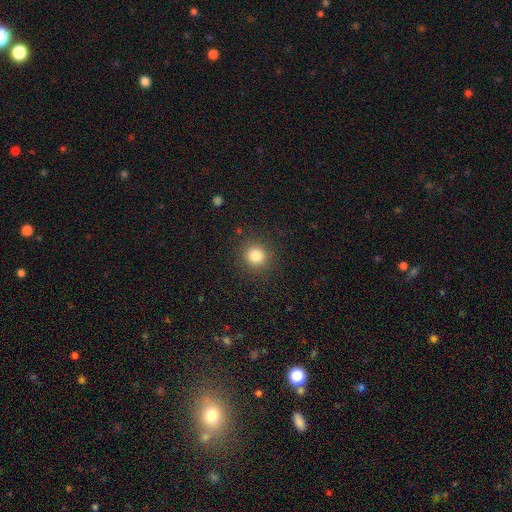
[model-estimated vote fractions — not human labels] The model was most divided on "smooth or featured": smooth: 83%, star or artifact: 12%, featured or disk: 5%. More confident: how rounded — round (92%); merging — none (89%).